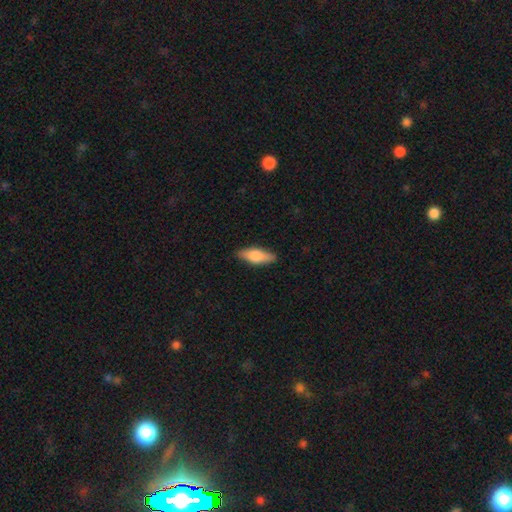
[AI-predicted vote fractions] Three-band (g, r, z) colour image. It shows a smooth galaxy with no disk features (69%) that is in between round and cigar-shaped (66%). Merging: none (86%).